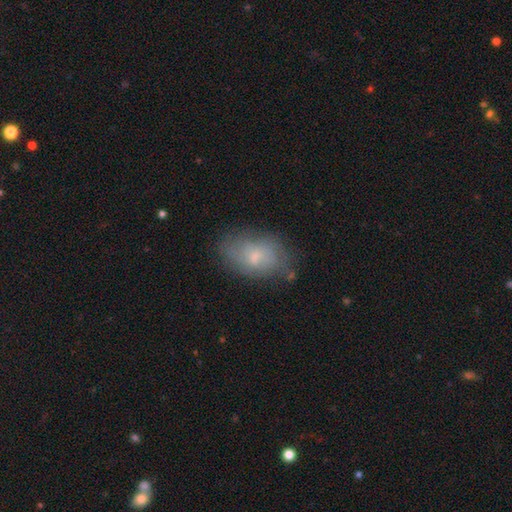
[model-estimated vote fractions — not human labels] A smooth galaxy with no disk features (60%) that is in between round and cigar-shaped (88%).

Vote fractions:
- Smooth or featured? smooth: 60% / featured or disk: 32% / star or artifact: 9%
- How rounded? in between: 88% / round: 10% / cigar-shaped: 2%
- Merging? none: 64% / minor disturbance: 25% / major disturbance: 9% / merger: 2%